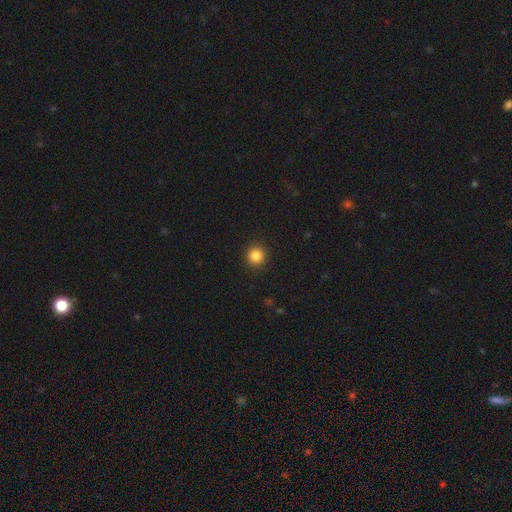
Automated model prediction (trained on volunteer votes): Morphology: type=smooth (85%); roundness=round (95%); merging=none (92%).